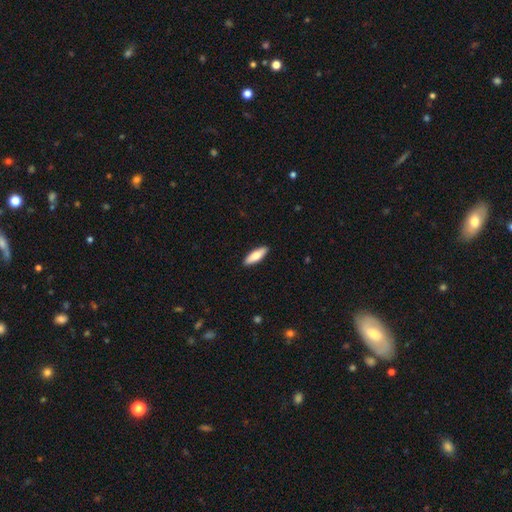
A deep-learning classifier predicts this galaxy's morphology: Smooth or featured? Predicted: smooth (p=0.74). How rounded? Predicted: in between (p=0.52). Merging? Predicted: none (p=0.91).